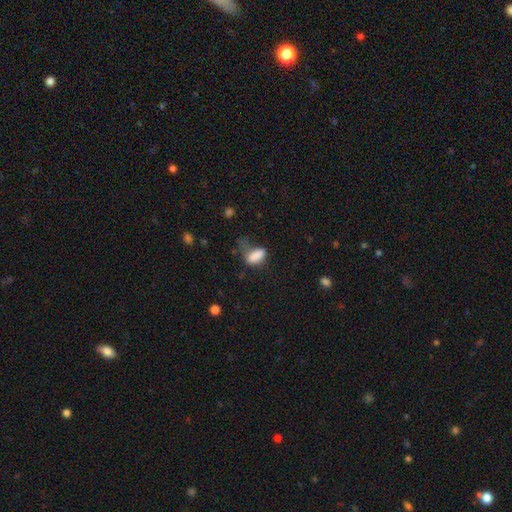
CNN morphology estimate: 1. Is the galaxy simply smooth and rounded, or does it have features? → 79% smooth, 11% star or artifact, 10% featured or disk.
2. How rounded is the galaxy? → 80% in between, 14% cigar-shaped, 6% round.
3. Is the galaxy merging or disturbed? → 35% major disturbance, 30% minor disturbance, 29% none, 6% merger.